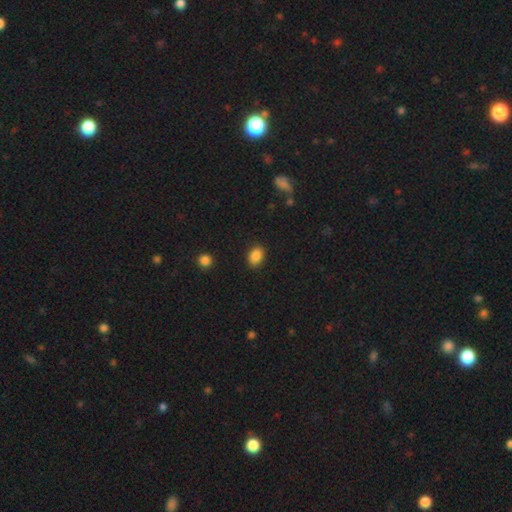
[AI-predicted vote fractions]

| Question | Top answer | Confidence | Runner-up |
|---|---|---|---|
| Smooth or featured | smooth | 86% | star or artifact (9%) |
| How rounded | in between | 69% | round (30%) |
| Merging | none | 88% | minor disturbance (8%) |